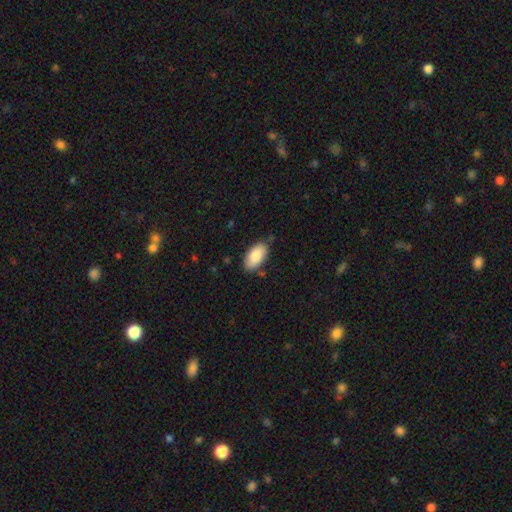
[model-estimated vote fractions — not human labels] Smooth or featured: smooth — 86% (featured or disk — 8%)
How rounded: in between — 95% (cigar-shaped — 2%)
Merging: none — 80% (minor disturbance — 15%)